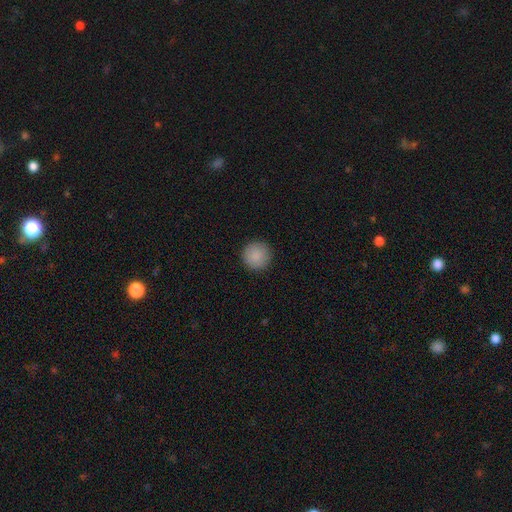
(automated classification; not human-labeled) Smooth or featured? Predicted: smooth (p=0.89). How rounded? Predicted: round (p=0.96). Merging? Predicted: none (p=0.92).